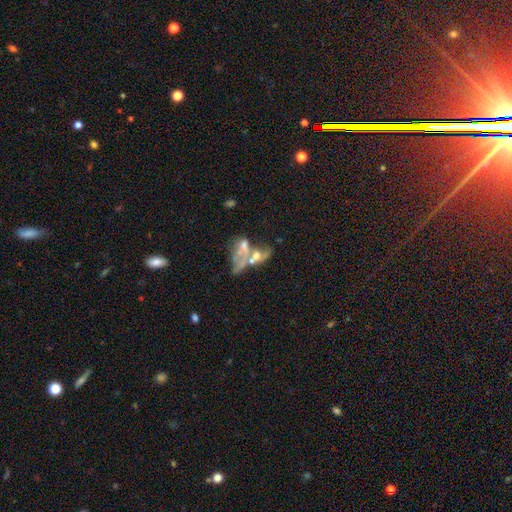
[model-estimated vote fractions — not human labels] Smooth or featured? Predicted: featured or disk (p=0.51). Edge-on disk? Predicted: no (p=0.89). Merging? Predicted: merger (p=0.54).